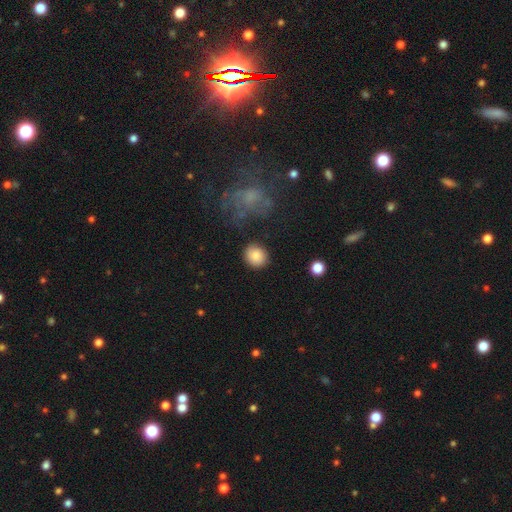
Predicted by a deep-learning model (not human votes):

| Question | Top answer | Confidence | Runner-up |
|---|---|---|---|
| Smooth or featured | smooth | 84% | star or artifact (8%) |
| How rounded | round | 82% | in between (17%) |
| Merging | none | 86% | minor disturbance (9%) |